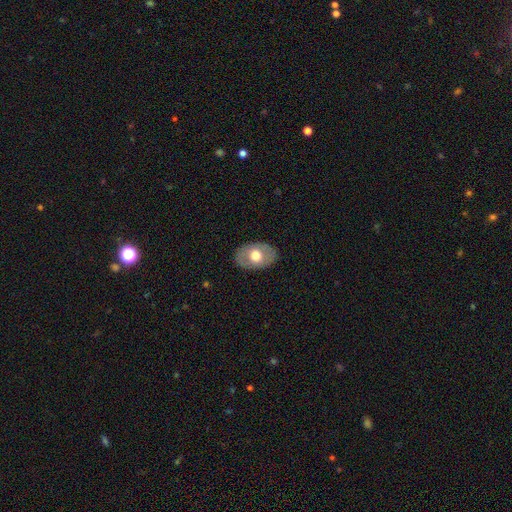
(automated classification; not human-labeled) This is possibly a smooth galaxy (60%). How rounded: clearly in between (82%). Merging: clearly none (85%).